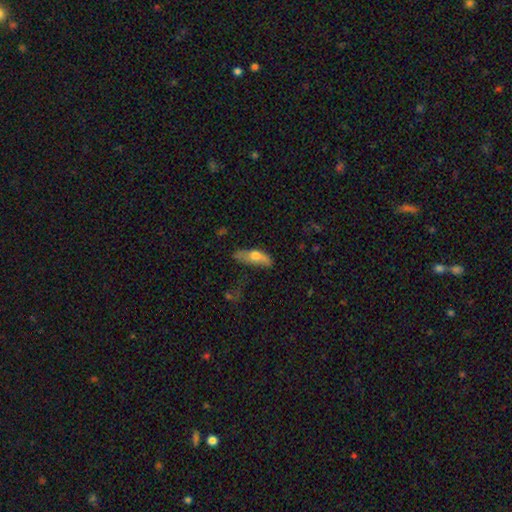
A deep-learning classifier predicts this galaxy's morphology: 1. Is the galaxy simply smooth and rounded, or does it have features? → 61% smooth, 33% featured or disk, 6% star or artifact.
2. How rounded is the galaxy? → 54% in between, 43% cigar-shaped, 3% round.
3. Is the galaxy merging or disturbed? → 61% none, 26% minor disturbance, 10% major disturbance, 4% merger.